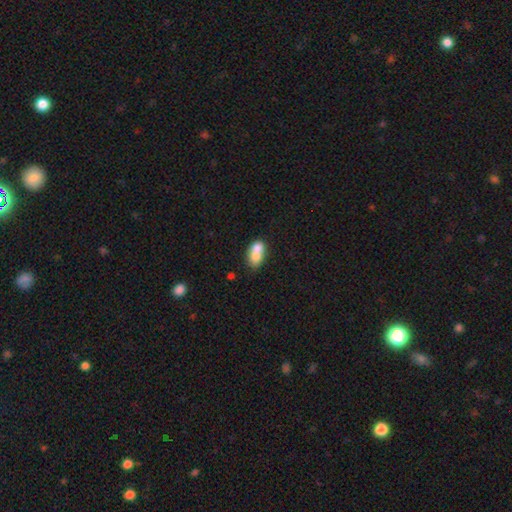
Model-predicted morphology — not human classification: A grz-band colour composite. It shows a smooth galaxy with no disk features (70%) that is in between round and cigar-shaped (68%). Merging: merger (69%).